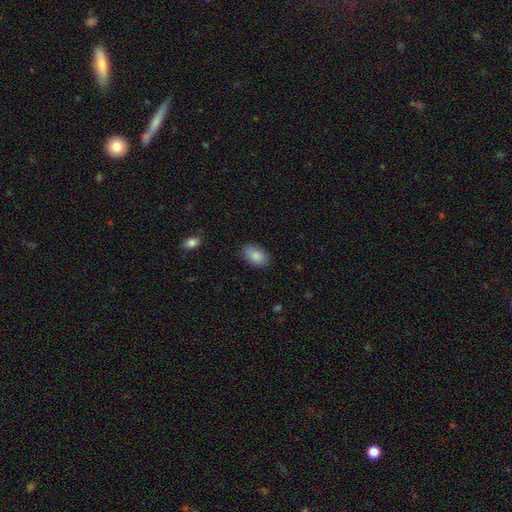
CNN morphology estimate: smooth_or_featured: smooth (p=0.86) [alt: star or artifact p=0.07]
how_rounded: in between (p=0.92) [alt: round p=0.06]
merging: none (p=0.85) [alt: minor disturbance p=0.11]